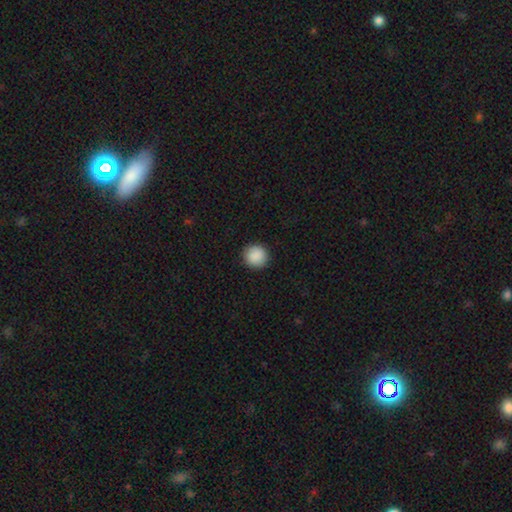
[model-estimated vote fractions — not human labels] A smooth galaxy with no disk features (90%) that is round (94%).

Vote fractions:
- Smooth or featured? smooth: 90% / star or artifact: 8% / featured or disk: 3%
- How rounded? round: 94% / in between: 5% / cigar-shaped: 1%
- Merging? none: 92% / minor disturbance: 5% / major disturbance: 2% / merger: 1%